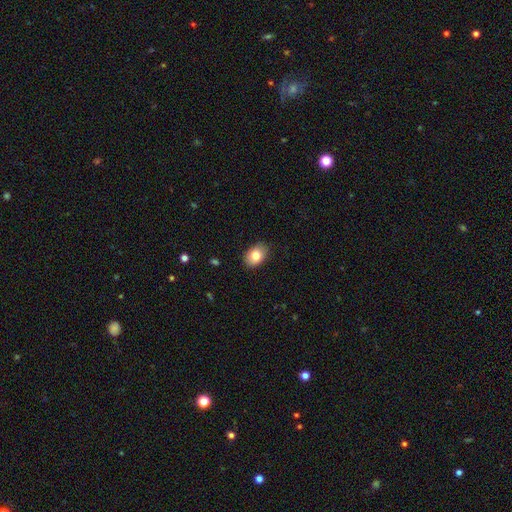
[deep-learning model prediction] Q: Smooth or featured?
A: smooth (83%); runner-up: featured or disk (9%)
Q: How rounded?
A: in between (80%); runner-up: round (19%)
Q: Merging?
A: none (86%); runner-up: minor disturbance (11%)